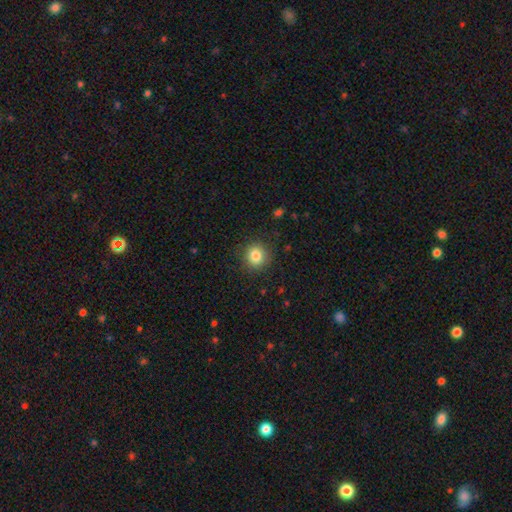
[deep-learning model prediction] Morphology: type=smooth (84%); roundness=round (89%); merging=none (89%).